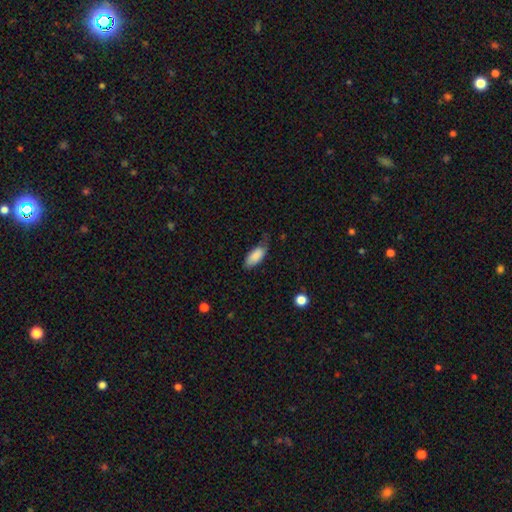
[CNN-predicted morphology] Smooth or featured? smooth (86%)
How rounded? in between (87%)
Merging? none (52%)